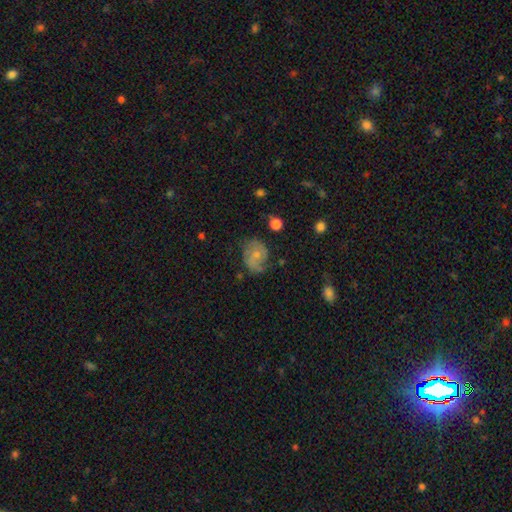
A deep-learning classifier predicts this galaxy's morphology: Smooth or featured?
  - smooth: 49% *
  - featured or disk: 42%
  - star or artifact: 9%
Merging?
  - none: 58% *
  - minor disturbance: 27%
  - major disturbance: 12%
  - merger: 3%